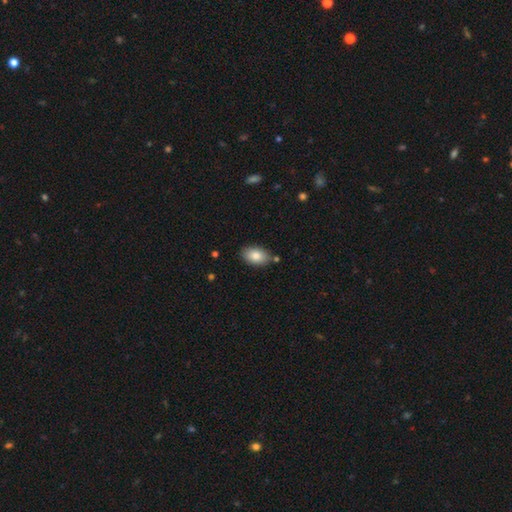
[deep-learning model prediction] A smooth galaxy with no disk features (83%) that is in between round and cigar-shaped (92%).

Vote fractions:
- Smooth or featured? smooth: 83% / featured or disk: 9% / star or artifact: 7%
- How rounded? in between: 92% / round: 7% / cigar-shaped: 1%
- Merging? none: 81% / minor disturbance: 12% / merger: 4% / major disturbance: 3%